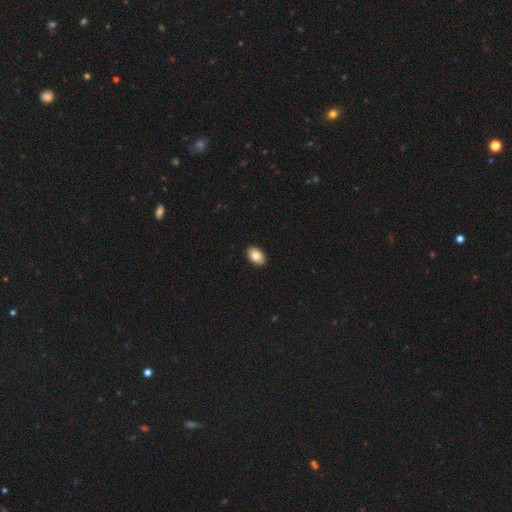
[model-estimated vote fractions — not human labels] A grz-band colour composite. It shows a smooth galaxy with no disk features (82%) that is in between round and cigar-shaped (89%). Merging: none (91%).